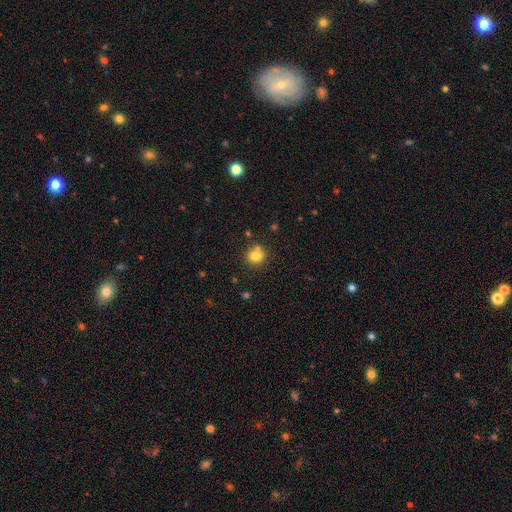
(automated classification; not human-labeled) A smooth galaxy with no disk features (80%) that is round (89%).

Vote fractions:
- Smooth or featured? smooth: 80% / star or artifact: 12% / featured or disk: 7%
- How rounded? round: 89% / in between: 10% / cigar-shaped: 1%
- Merging? none: 75% / merger: 12% / minor disturbance: 10% / major disturbance: 3%